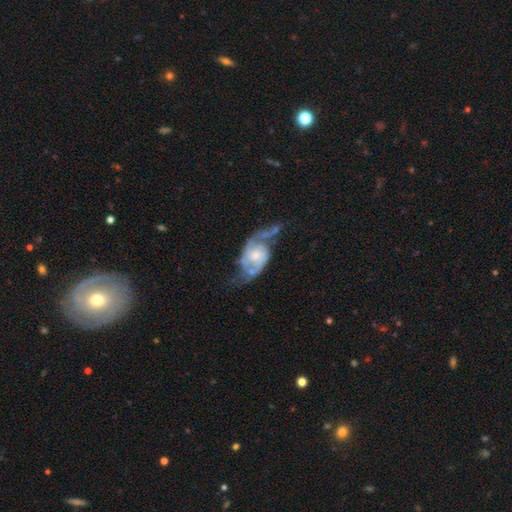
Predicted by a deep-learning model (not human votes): featured or disk 84%, smooth 11%, star or artifact 5%. Down the decision tree: edge-on disk — no (96%); bar — no (62%); spiral arms — yes (93%); spiral arm count — 2 (87%); spiral winding — medium (43%); bulge size — small (48%); merging — none (45%).